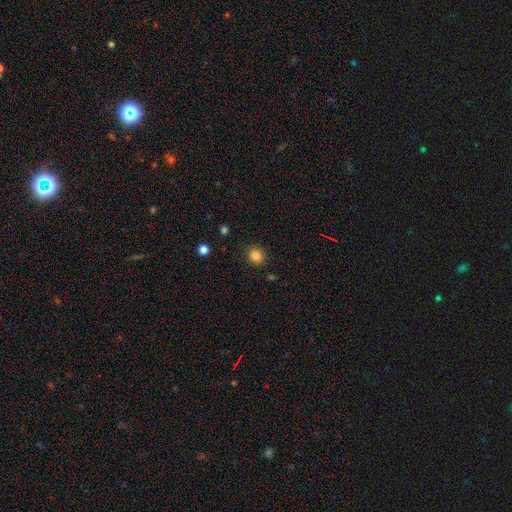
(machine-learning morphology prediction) smooth 84%, star or artifact 11%, featured or disk 4%. Down the decision tree: how rounded — round (81%); merging — none (87%).